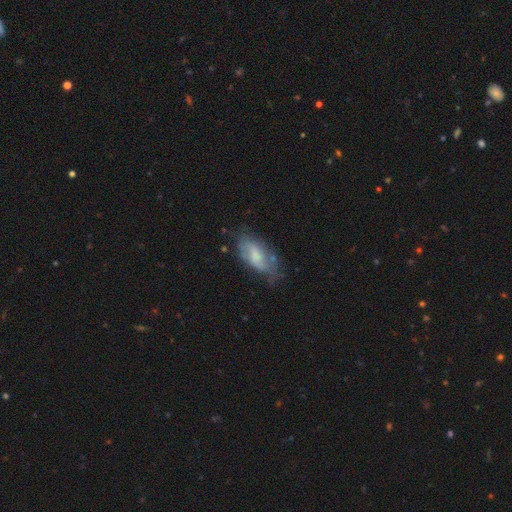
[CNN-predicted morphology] A featured or disk galaxy (49%). Merging: none (58%).